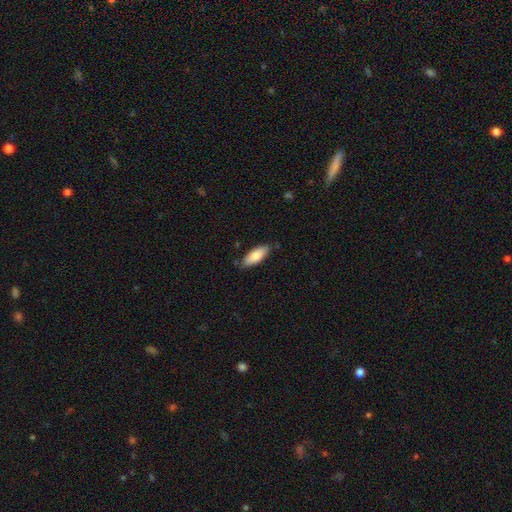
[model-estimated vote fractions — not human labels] This appears to be a smooth galaxy with no disk features (81%) that is in between round and cigar-shaped (76%). Merging: none (79%).